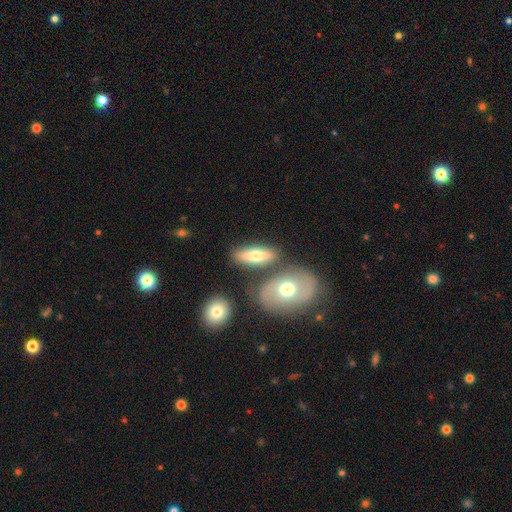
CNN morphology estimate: smooth-or-featured: smooth: 58% | featured or disk: 35% | star or artifact: 7%
  how-rounded: in between: 66% | cigar-shaped: 28% | round: 6%
  merging: none: 69% | merger: 15% | minor disturbance: 12% | major disturbance: 4%